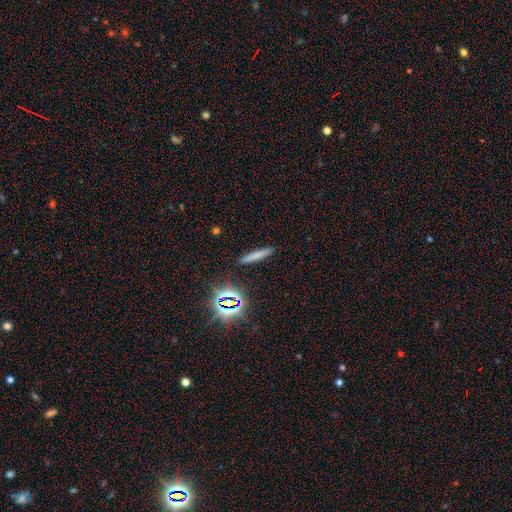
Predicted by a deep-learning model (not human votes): Smooth or featured?
  - smooth: 69% *
  - star or artifact: 17%
  - featured or disk: 14%
How rounded?
  - cigar-shaped: 92% *
  - in between: 6%
  - round: 2%
Merging?
  - none: 89% *
  - minor disturbance: 7%
  - major disturbance: 2%
  - merger: 2%